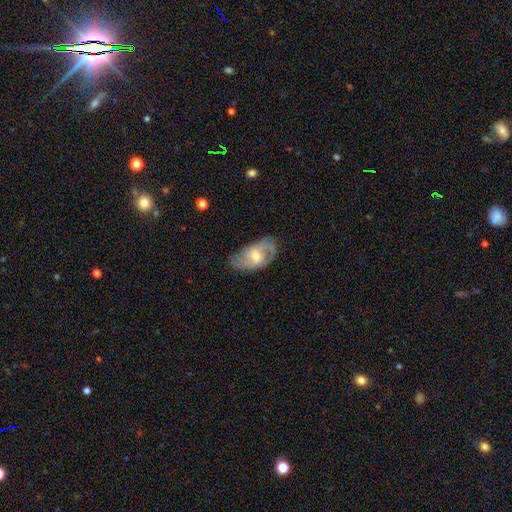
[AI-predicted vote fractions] This is likely a featured or disk galaxy (61%). It is clearly not viewed edge-on (93%). Bar: possibly no (47%). Spiral arm pattern: likely yes (79%). Central bulge: likely moderate (67%). Merging: likely none (64%).